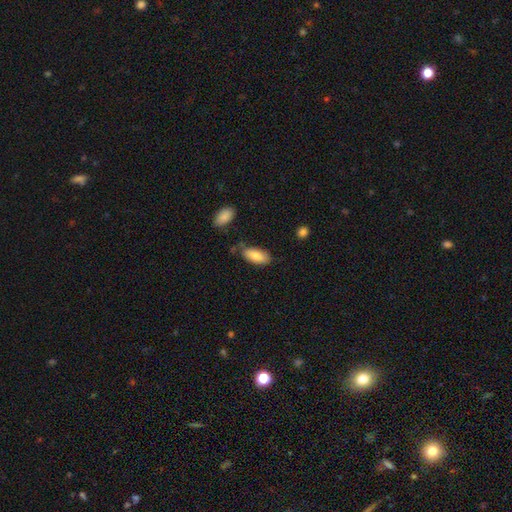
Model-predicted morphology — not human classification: A smooth galaxy with no disk features (83%) that is in between round and cigar-shaped (87%).

Vote fractions:
- Smooth or featured? smooth: 83% / featured or disk: 11% / star or artifact: 7%
- How rounded? in between: 87% / cigar-shaped: 11% / round: 2%
- Merging? none: 67% / minor disturbance: 22% / merger: 6% / major disturbance: 5%